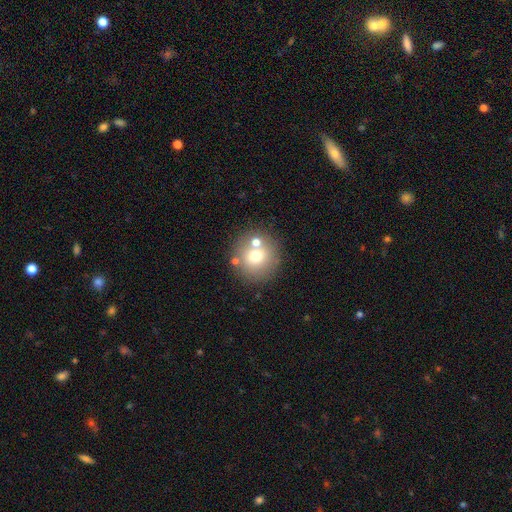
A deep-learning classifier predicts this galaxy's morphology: Smooth or featured? Predicted: smooth (p=0.69). How rounded? Predicted: round (p=0.91). Merging? Predicted: none (p=0.72).